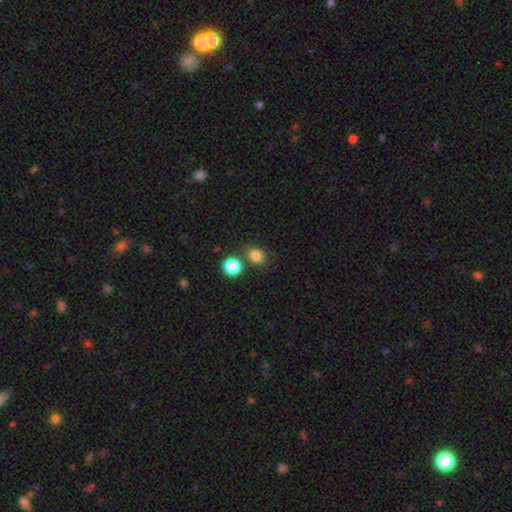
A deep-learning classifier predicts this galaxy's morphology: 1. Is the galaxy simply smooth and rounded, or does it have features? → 82% smooth, 12% star or artifact, 5% featured or disk.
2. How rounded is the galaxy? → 54% round, 44% in between, 1% cigar-shaped.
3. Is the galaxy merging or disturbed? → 70% none, 16% merger, 11% minor disturbance, 3% major disturbance.